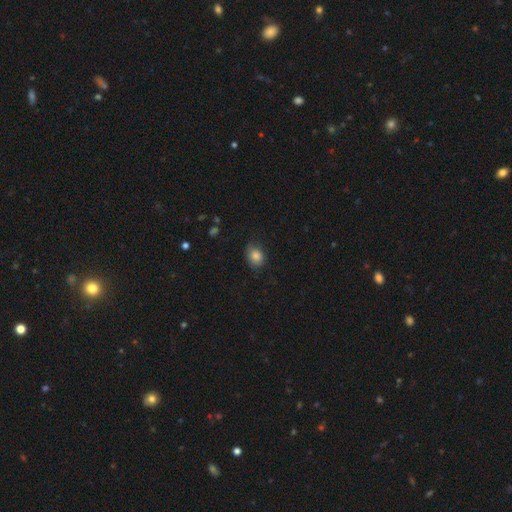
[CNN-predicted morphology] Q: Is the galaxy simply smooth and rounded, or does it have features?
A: smooth — 82%.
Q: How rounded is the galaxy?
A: in between — 55%.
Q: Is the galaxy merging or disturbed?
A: none — 70%.